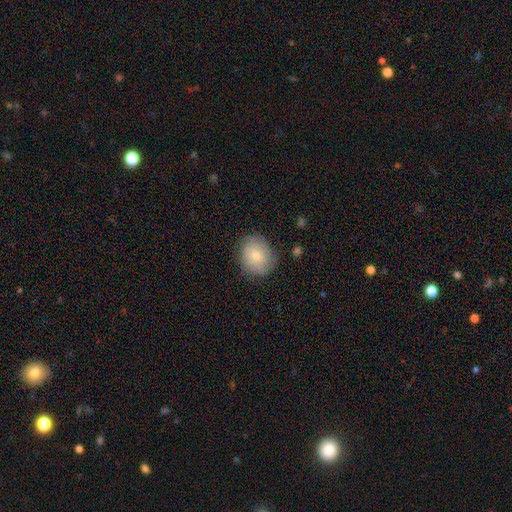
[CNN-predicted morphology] Smooth or featured? smooth (67%)
How rounded? round (70%)
Merging? none (79%)